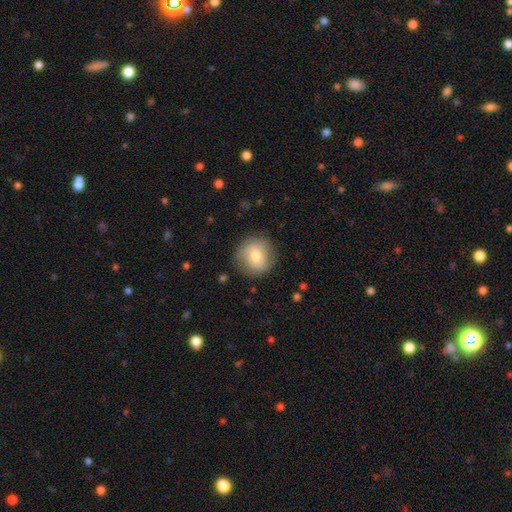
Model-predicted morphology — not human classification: A smooth galaxy with no disk features (69%) that is round (90%).

Vote fractions:
- Smooth or featured? smooth: 69% / featured or disk: 23% / star or artifact: 8%
- How rounded? round: 90% / in between: 9% / cigar-shaped: 1%
- Merging? none: 81% / minor disturbance: 14% / major disturbance: 5% / merger: 1%